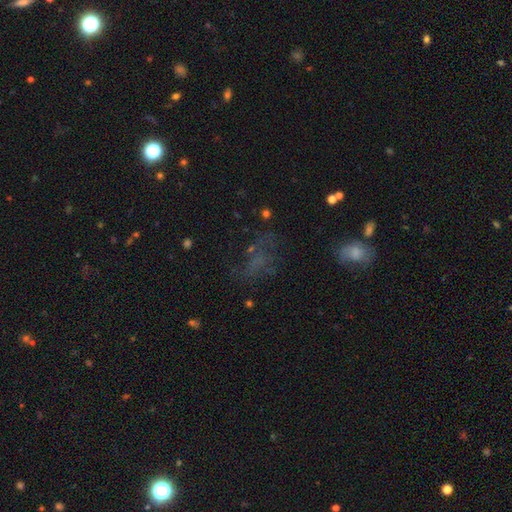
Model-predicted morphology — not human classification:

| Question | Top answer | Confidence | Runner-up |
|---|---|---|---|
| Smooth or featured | star or artifact | 42% | smooth (33%) |